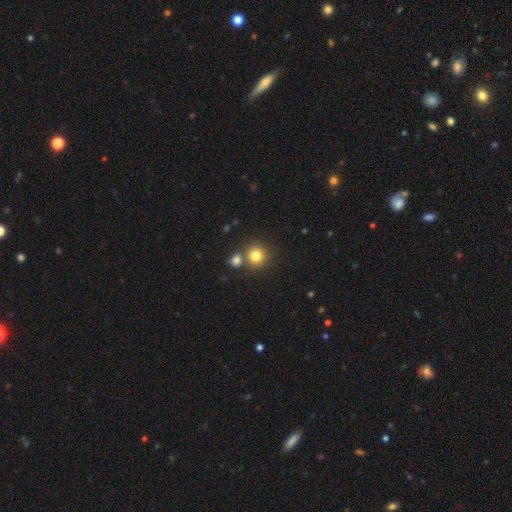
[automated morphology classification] smooth_or_featured: smooth (p=0.80) [alt: star or artifact p=0.12]
how_rounded: round (p=0.91) [alt: in between p=0.08]
merging: none (p=0.67) [alt: merger p=0.23]